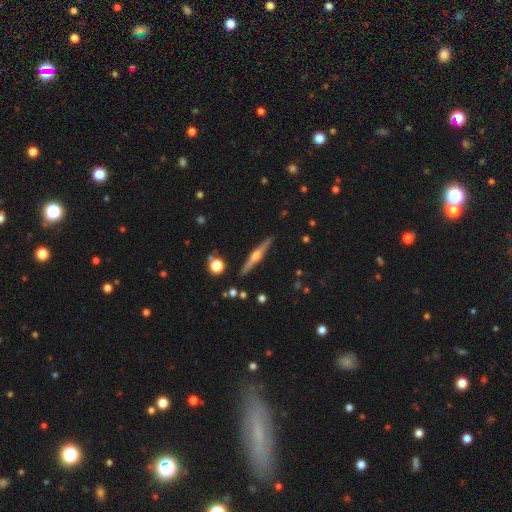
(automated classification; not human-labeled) Smooth or featured: featured or disk — 76% (smooth — 18%)
Edge-on disk: yes — 98% (no — 2%)
Edge-on bulge: rounded — 92% (boxy — 5%)
Merging: none — 90% (minor disturbance — 7%)